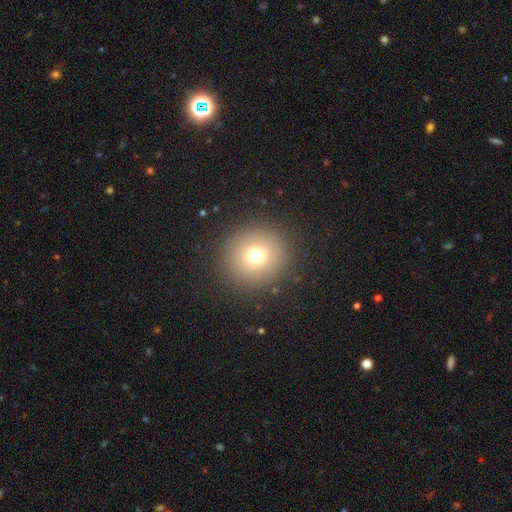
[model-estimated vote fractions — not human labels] The model was most divided on "smooth or featured": smooth: 72%, star or artifact: 16%, featured or disk: 12%. More confident: how rounded — round (94%); merging — none (90%).